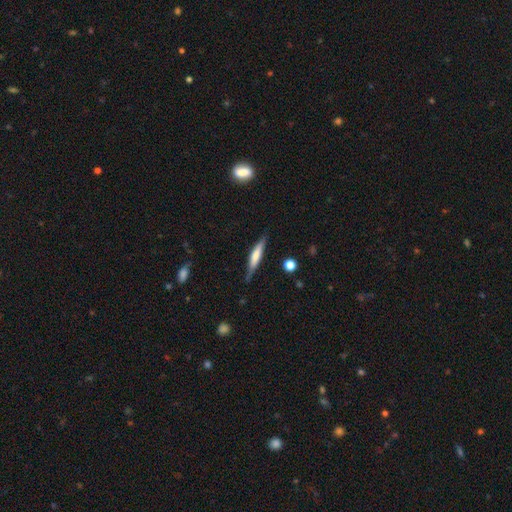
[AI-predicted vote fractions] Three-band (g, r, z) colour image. It shows a smooth galaxy with no disk features (51%) that is cigar-shaped (85%). Merging: none (81%).